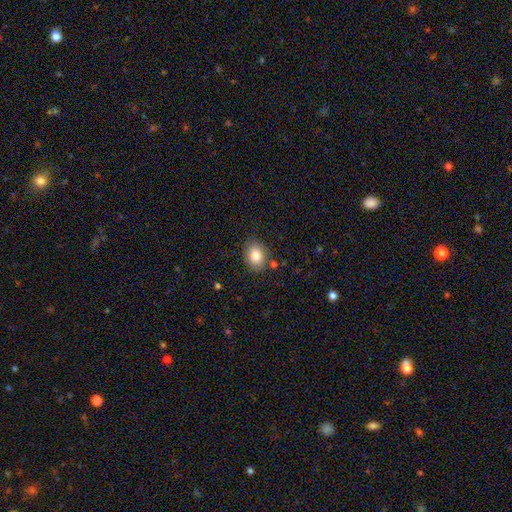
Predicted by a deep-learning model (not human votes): Smooth or featured: smooth — 85% (star or artifact — 8%)
How rounded: in between — 60% (round — 39%)
Merging: none — 82% (minor disturbance — 12%)